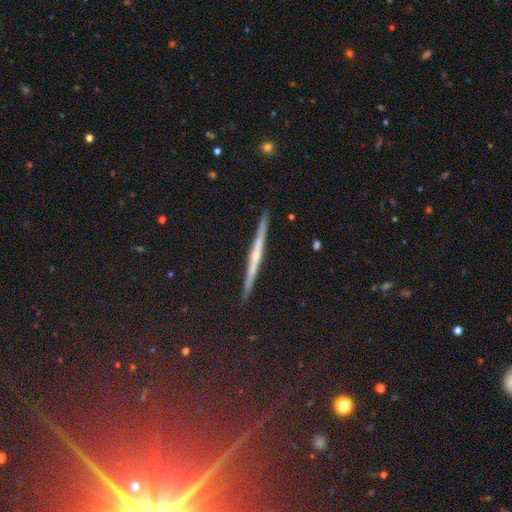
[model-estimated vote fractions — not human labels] A featured or disk galaxy (61%) viewed edge-on (97%) with no central bulge (47%).

Vote fractions:
- Smooth or featured? featured or disk: 61% / smooth: 22% / star or artifact: 17%
- Edge-on disk? yes: 97% / no: 3%
- Edge-on bulge? none: 47% / rounded: 43% / boxy: 10%
- Merging? none: 91% / minor disturbance: 6% / major disturbance: 1% / merger: 1%